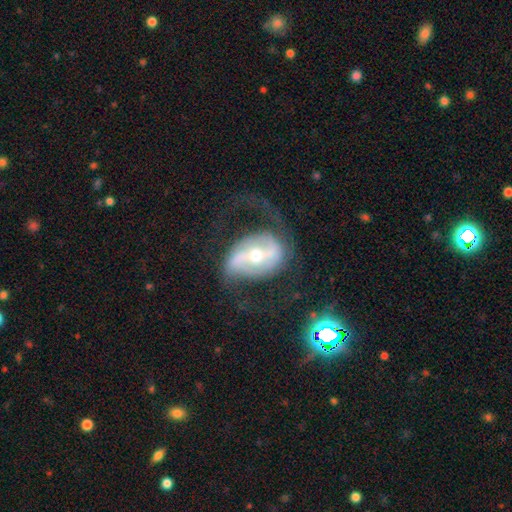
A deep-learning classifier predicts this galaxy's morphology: smooth-or-featured: featured or disk: 82% | smooth: 11% | star or artifact: 7%
  disk-edge-on: no: 95% | yes: 5%
    bar: strong: 54% | weak: 29% | no: 17%
    has-spiral-arms: yes: 89% | no: 11%
      spiral-winding: loose: 51% | medium: 36% | tight: 13%
      spiral-arm-count: 2: 83% | can't tell: 7% | 1: 7% | 3: 1% | 4: 1% | more than 4: 1%
    bulge-size: moderate: 48% | small: 46% | large: 3% | dominant: 1% | none: 1%
  merging: none: 52% | major disturbance: 28% | minor disturbance: 18% | merger: 2%